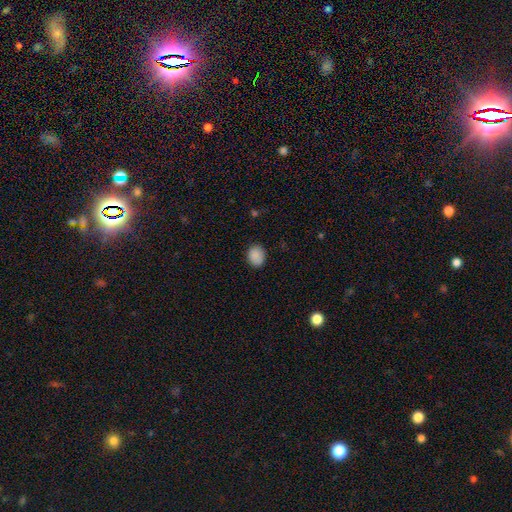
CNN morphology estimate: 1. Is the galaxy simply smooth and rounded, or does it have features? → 88% smooth, 8% star or artifact, 3% featured or disk.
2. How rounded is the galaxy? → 57% round, 42% in between, 1% cigar-shaped.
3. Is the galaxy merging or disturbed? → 86% none, 11% minor disturbance, 3% major disturbance, 1% merger.